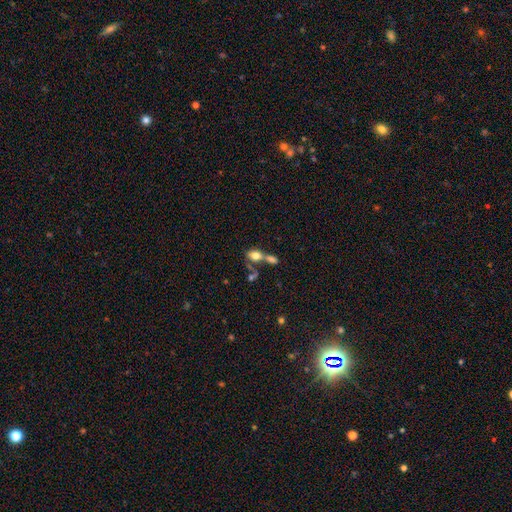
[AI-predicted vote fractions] Q: Smooth or featured?
A: smooth (73%); runner-up: featured or disk (17%)
Q: How rounded?
A: in between (81%); runner-up: round (13%)
Q: Merging?
A: merger (49%); runner-up: none (32%)